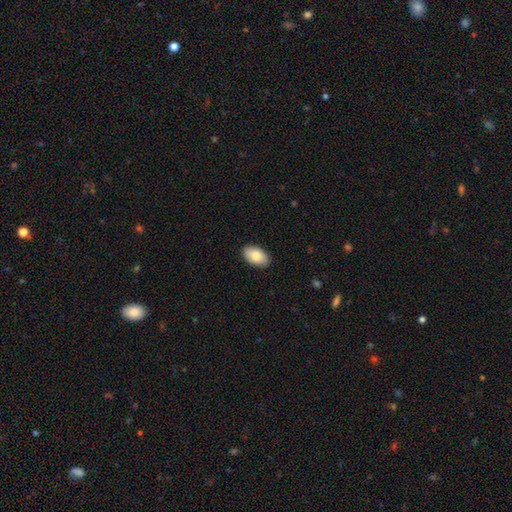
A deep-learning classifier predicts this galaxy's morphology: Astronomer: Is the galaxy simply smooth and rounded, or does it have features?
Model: smooth — 85%.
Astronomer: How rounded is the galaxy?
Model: in between — 94%.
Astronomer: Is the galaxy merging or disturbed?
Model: none — 89%.